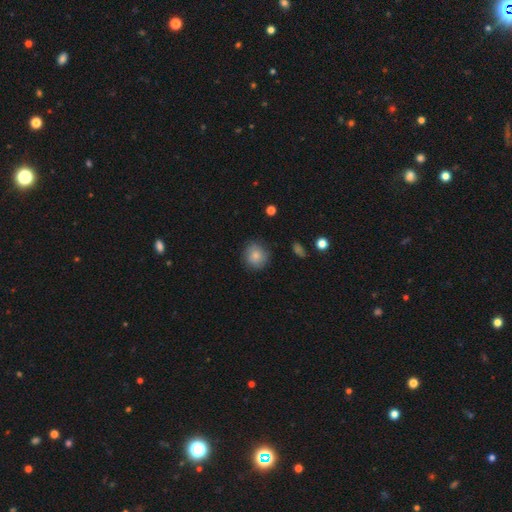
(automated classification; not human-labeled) A smooth galaxy with no disk features (83%) that is round (88%).

Vote fractions:
- Smooth or featured? smooth: 83% / featured or disk: 9% / star or artifact: 8%
- How rounded? round: 88% / in between: 11% / cigar-shaped: 1%
- Merging? none: 82% / minor disturbance: 13% / major disturbance: 3% / merger: 1%